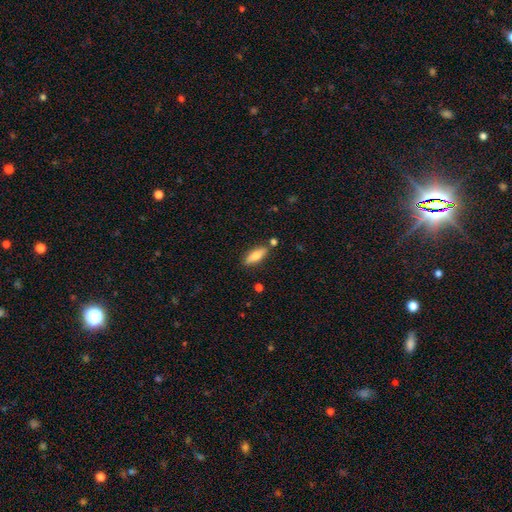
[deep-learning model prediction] Smooth or featured?
  - smooth: 73% *
  - featured or disk: 20%
  - star or artifact: 7%
How rounded?
  - in between: 58% *
  - cigar-shaped: 40%
  - round: 2%
Merging?
  - none: 81% *
  - minor disturbance: 11%
  - merger: 5%
  - major disturbance: 2%